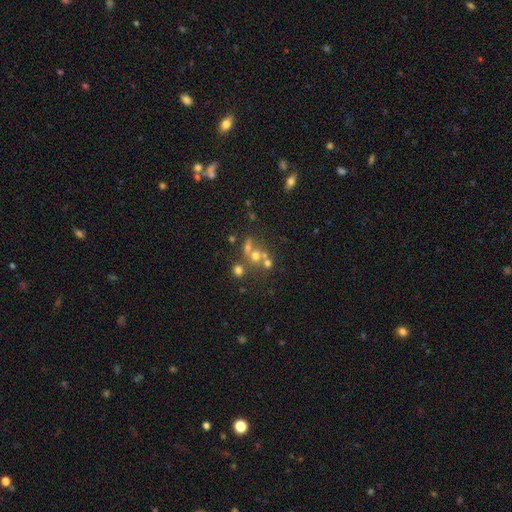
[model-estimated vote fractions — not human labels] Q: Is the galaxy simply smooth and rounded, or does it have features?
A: smooth — 49%.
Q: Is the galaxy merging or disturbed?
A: merger — 42%, tied with none.